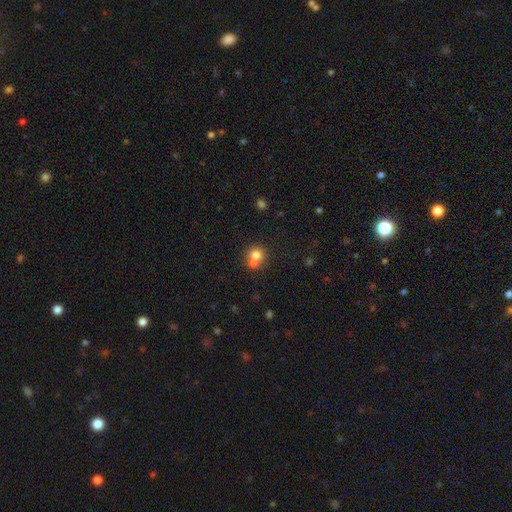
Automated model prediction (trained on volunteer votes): smooth_or_featured: smooth (p=0.76) [alt: featured or disk p=0.13]
how_rounded: round (p=0.84) [alt: in between p=0.15]
merging: none (p=0.45) [alt: merger p=0.42]